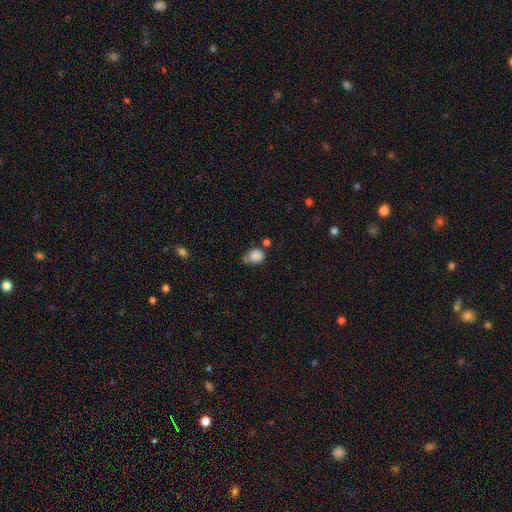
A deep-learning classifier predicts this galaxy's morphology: Smooth or featured?
  - smooth: 85% *
  - star or artifact: 10%
  - featured or disk: 5%
How rounded?
  - round: 70% *
  - in between: 29%
  - cigar-shaped: 1%
Merging?
  - none: 50% *
  - minor disturbance: 23%
  - merger: 19%
  - major disturbance: 8%